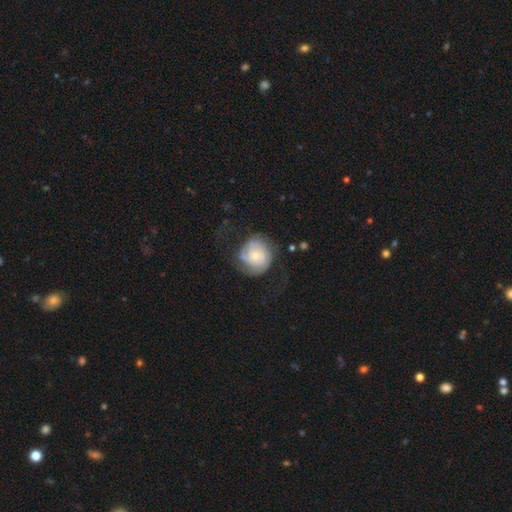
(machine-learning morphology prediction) type=featured or disk (60%); edge-on=no (98%); bar=no (77%); spiral arms=yes (84%); bulge=small (61%); merging=none (52%).